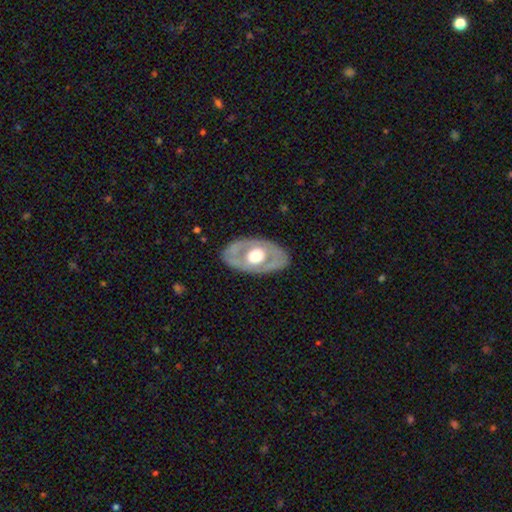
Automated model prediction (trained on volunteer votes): A featured or disk galaxy (62%) with no bar (88%), no spiral arms (85%) and a moderate central bulge (53%). Merging: none (81%).